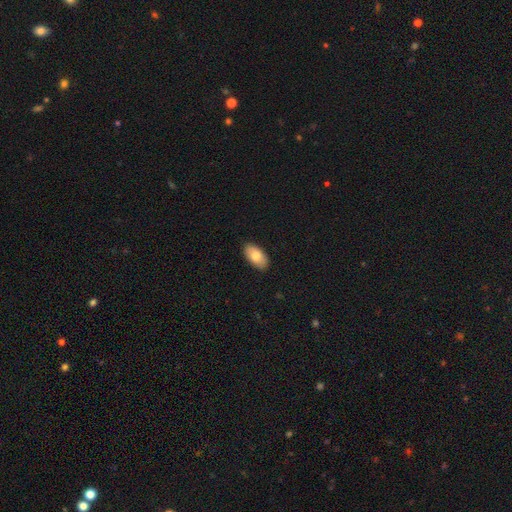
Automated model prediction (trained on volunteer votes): Overall: smooth (79%). How rounded: in between (95%). Merging: none (89%).